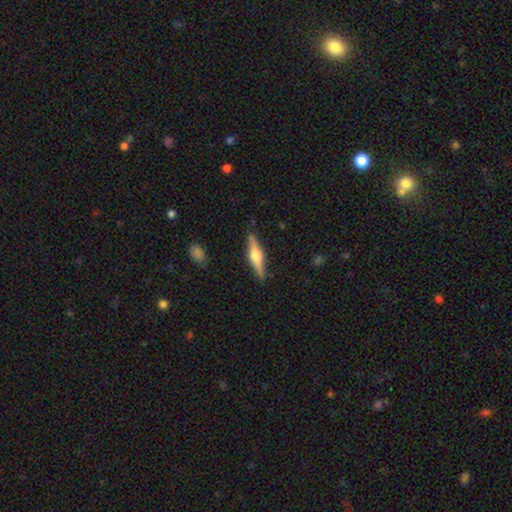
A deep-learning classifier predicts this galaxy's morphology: type=featured or disk (68%); edge-on=yes (97%); edge-on bulge=rounded (93%); merging=none (88%).